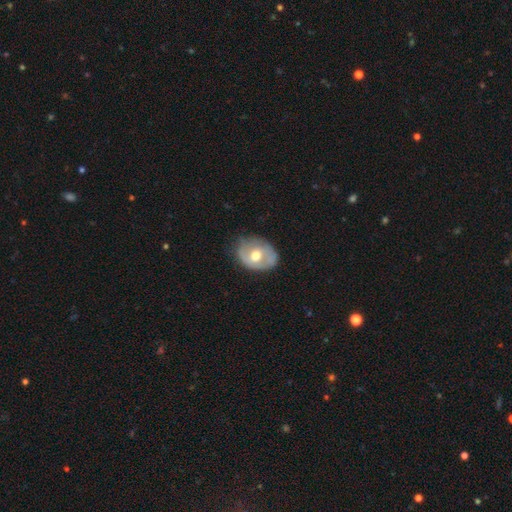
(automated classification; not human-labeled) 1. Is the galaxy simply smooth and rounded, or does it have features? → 52% featured or disk, 42% smooth, 6% star or artifact.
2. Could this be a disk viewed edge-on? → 94% no, 6% yes.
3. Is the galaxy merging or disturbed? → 63% none, 28% minor disturbance, 8% major disturbance, 1% merger.